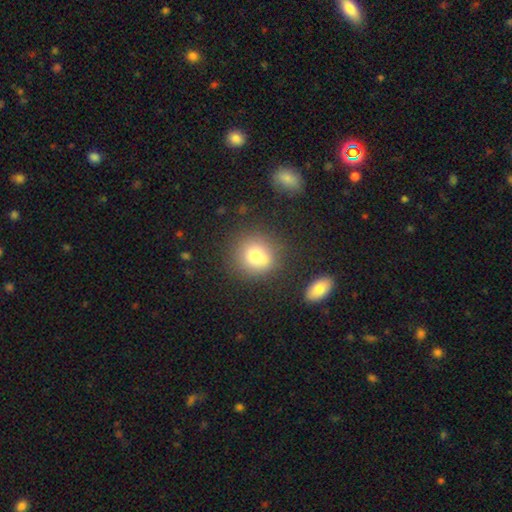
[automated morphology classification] This appears to be a smooth galaxy with no disk features (74%) that is round (85%). Merging: none (64%).